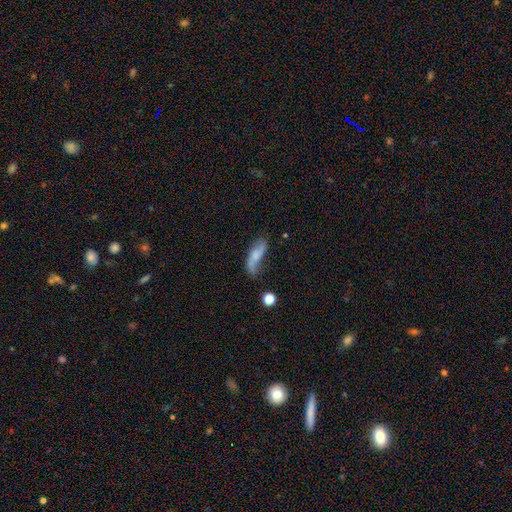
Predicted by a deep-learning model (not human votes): smooth-or-featured: smooth: 53% | featured or disk: 38% | star or artifact: 9%
  how-rounded: in between: 57% | cigar-shaped: 39% | round: 4%
  merging: none: 47% | minor disturbance: 29% | major disturbance: 15% | merger: 8%